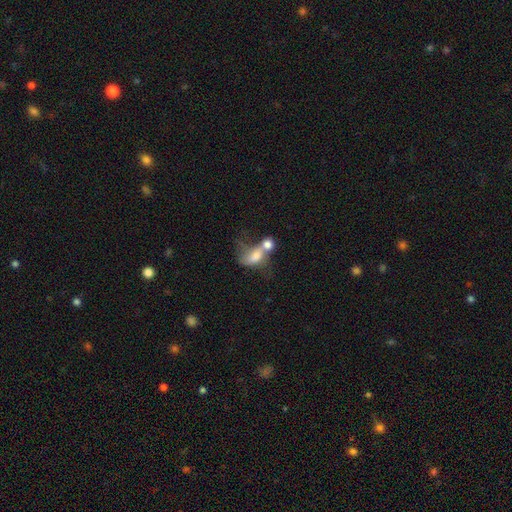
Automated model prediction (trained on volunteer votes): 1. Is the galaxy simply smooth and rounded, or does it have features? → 60% smooth, 29% featured or disk, 11% star or artifact.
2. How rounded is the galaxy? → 73% in between, 23% round, 4% cigar-shaped.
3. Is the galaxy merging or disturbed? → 63% merger, 17% major disturbance, 12% none, 8% minor disturbance.